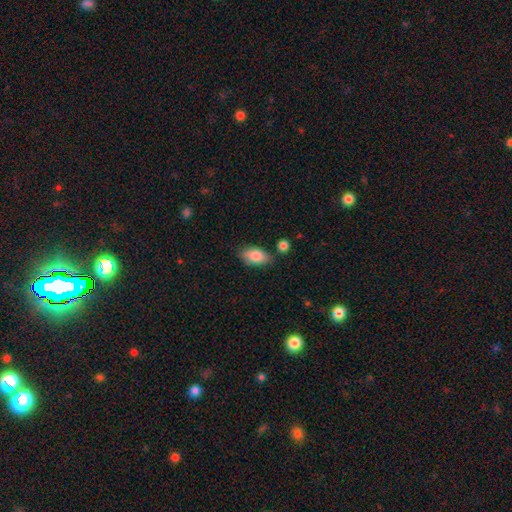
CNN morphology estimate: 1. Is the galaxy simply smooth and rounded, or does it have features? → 82% smooth, 11% featured or disk, 7% star or artifact.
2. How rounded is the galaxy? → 91% in between, 5% round, 4% cigar-shaped.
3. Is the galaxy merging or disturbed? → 71% none, 19% minor disturbance, 6% merger, 4% major disturbance.